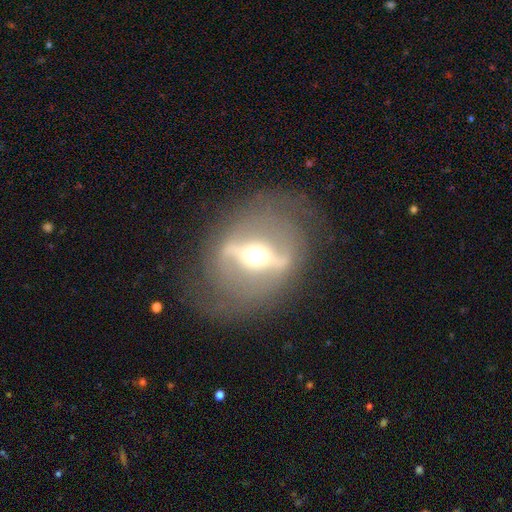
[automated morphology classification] smooth-or-featured: featured or disk: 83% | smooth: 11% | star or artifact: 6%
  disk-edge-on: no: 78% | yes: 22%
    bar: strong: 80% | weak: 13% | no: 7%
    has-spiral-arms: no: 52% | yes: 48%
    bulge-size: moderate: 66% | small: 17% | large: 13% | dominant: 2% | none: 1%
  merging: none: 67% | major disturbance: 16% | minor disturbance: 15% | merger: 2%